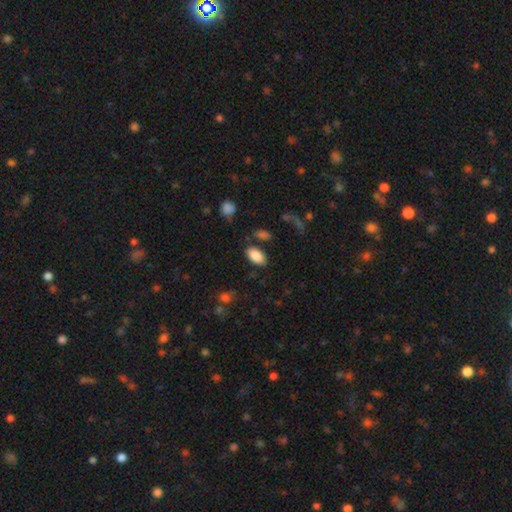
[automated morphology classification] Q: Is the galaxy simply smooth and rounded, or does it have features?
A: smooth — 87%.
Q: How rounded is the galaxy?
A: in between — 94%.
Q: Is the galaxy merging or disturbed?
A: none — 82%.